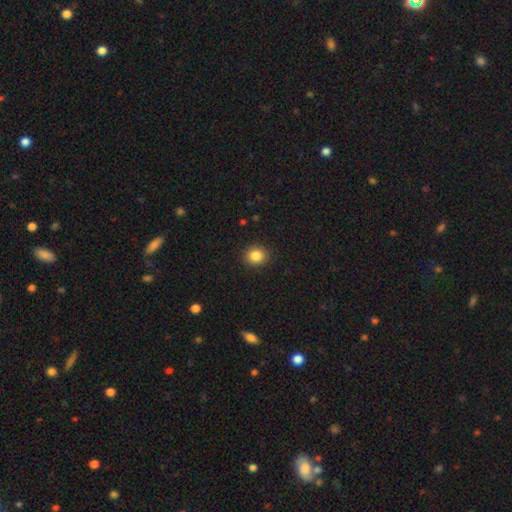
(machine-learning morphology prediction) Q: Smooth or featured?
A: smooth (86%); runner-up: star or artifact (10%)
Q: How rounded?
A: round (78%); runner-up: in between (21%)
Q: Merging?
A: none (91%); runner-up: minor disturbance (6%)